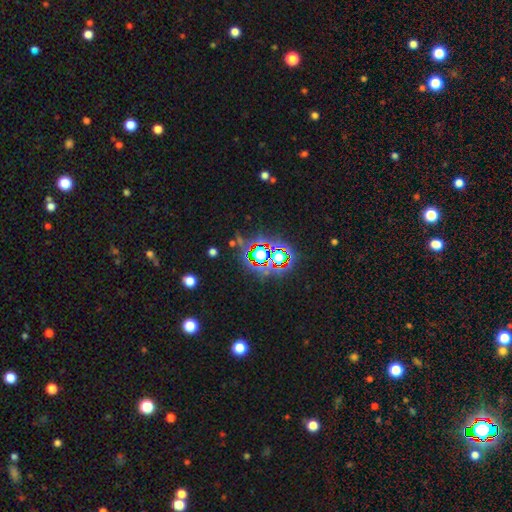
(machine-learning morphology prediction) This is likely a star or artifact rather than a galaxy (77%).